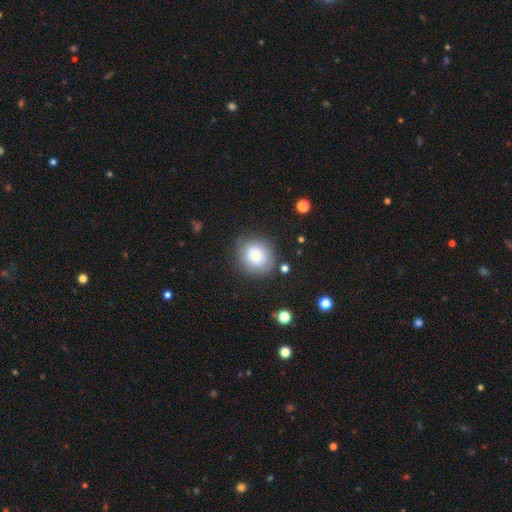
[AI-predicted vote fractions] Smooth or featured: smooth — 64% (featured or disk — 26%)
How rounded: round — 85% (in between — 14%)
Merging: none — 76% (minor disturbance — 15%)